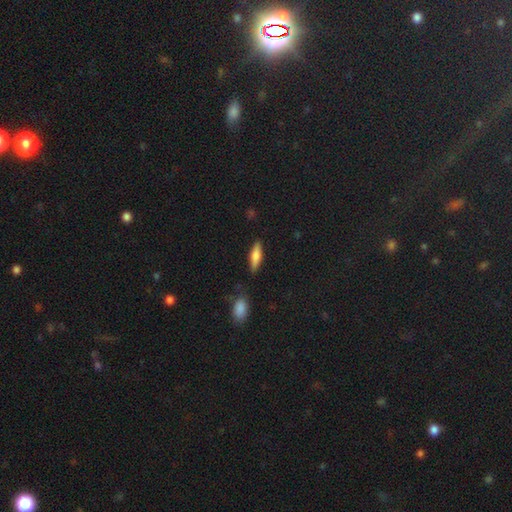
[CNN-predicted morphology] smooth_or_featured: smooth (p=0.67) [alt: featured or disk p=0.27]
how_rounded: cigar-shaped (p=0.58) [alt: in between p=0.40]
merging: none (p=0.80) [alt: minor disturbance p=0.13]